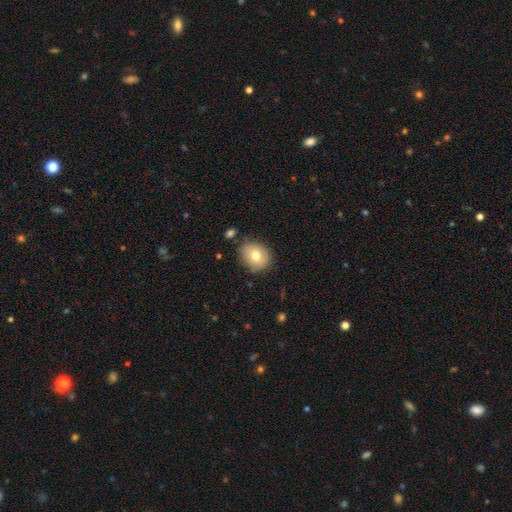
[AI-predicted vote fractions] Morphology: type=smooth (74%); roundness=round (60%); merging=none (79%).